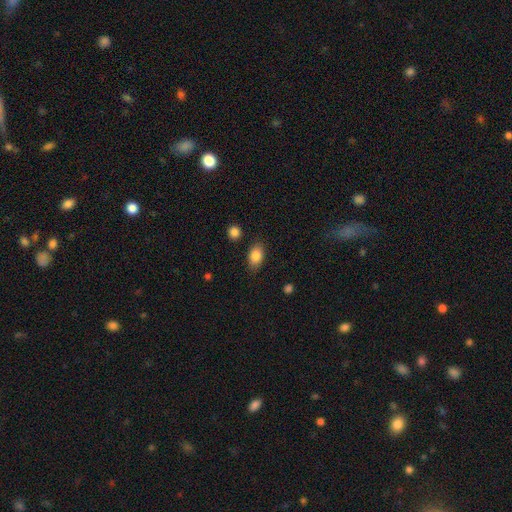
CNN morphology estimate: Smooth or featured? smooth (85%)
How rounded? in between (87%)
Merging? none (85%)